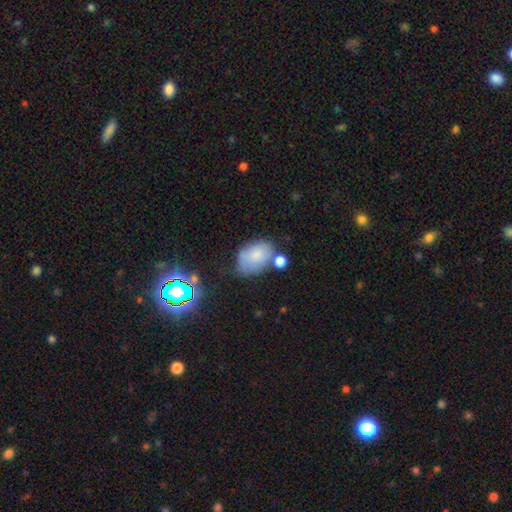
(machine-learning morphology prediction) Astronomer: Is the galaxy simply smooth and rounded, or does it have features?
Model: smooth — 75%.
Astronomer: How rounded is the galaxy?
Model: in between — 83%.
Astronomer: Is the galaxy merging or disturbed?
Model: none — 47% (runner-up: minor disturbance, 26%).